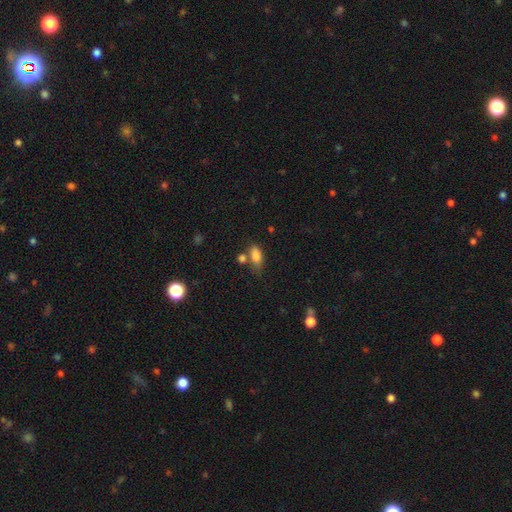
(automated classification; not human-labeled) Smooth or featured: smooth — 83% (star or artifact — 9%)
How rounded: in between — 85% (cigar-shaped — 9%)
Merging: none — 50% (merger — 21%)